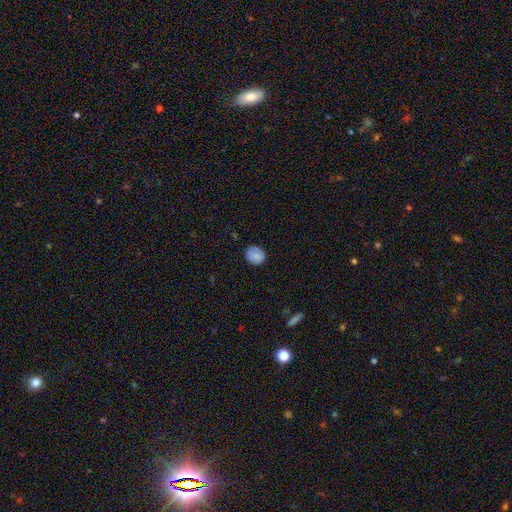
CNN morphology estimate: smooth 83%, featured or disk 9%, star or artifact 8%. Down the decision tree: how rounded — round (72%); merging — none (81%).